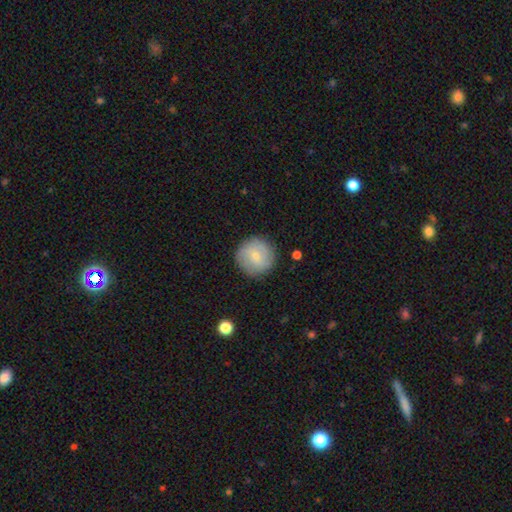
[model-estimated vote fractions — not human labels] smooth-or-featured: smooth: 54% | featured or disk: 38% | star or artifact: 7%
  how-rounded: round: 95% | in between: 4% | cigar-shaped: 1%
  merging: none: 86% | minor disturbance: 10% | major disturbance: 3% | merger: 1%